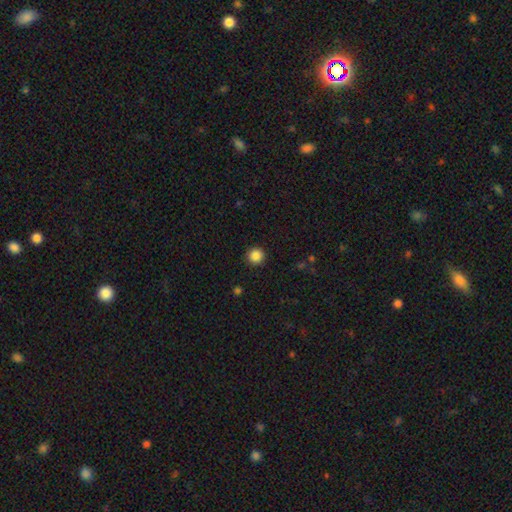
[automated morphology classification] Smooth or featured?
  - smooth: 87% *
  - star or artifact: 10%
  - featured or disk: 3%
How rounded?
  - round: 95% *
  - in between: 4%
  - cigar-shaped: 1%
Merging?
  - none: 92% *
  - minor disturbance: 5%
  - major disturbance: 2%
  - merger: 1%